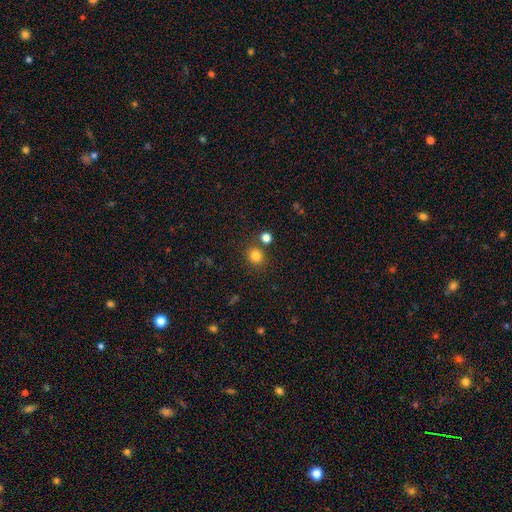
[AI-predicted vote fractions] Smooth or featured? smooth (81%)
How rounded? round (86%)
Merging? none (80%)